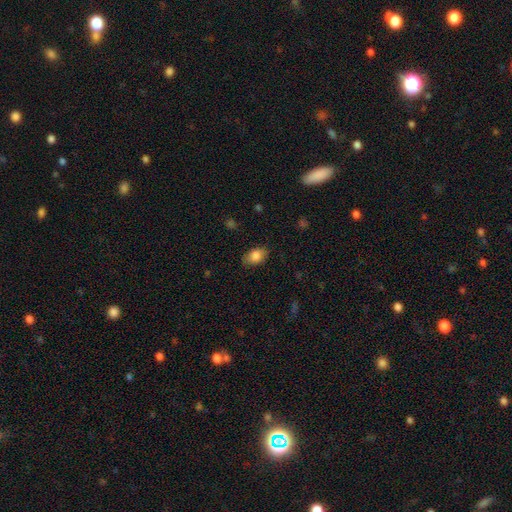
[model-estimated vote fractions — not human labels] smooth-or-featured: smooth: 83% | featured or disk: 9% | star or artifact: 8%
  how-rounded: in between: 84% | round: 15% | cigar-shaped: 2%
  merging: none: 81% | minor disturbance: 15% | major disturbance: 3% | merger: 1%